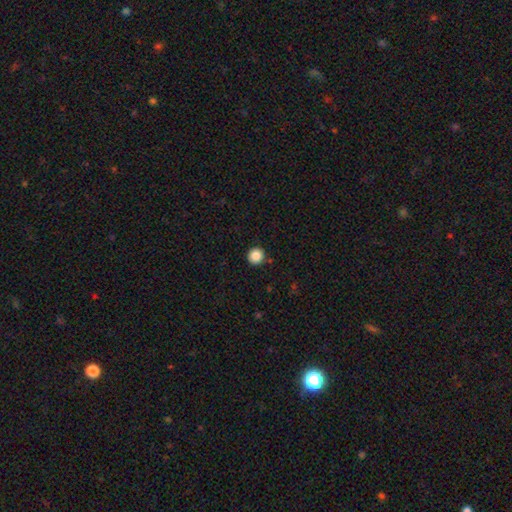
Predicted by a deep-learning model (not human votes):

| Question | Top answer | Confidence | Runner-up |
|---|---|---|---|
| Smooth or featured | smooth | 86% | star or artifact (10%) |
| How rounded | round | 94% | in between (5%) |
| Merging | none | 91% | minor disturbance (5%) |